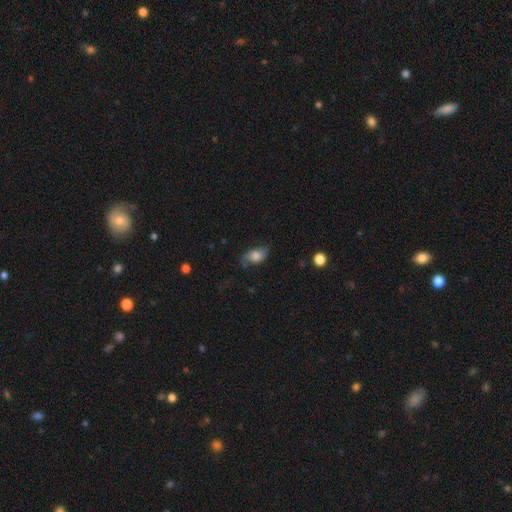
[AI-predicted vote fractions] smooth-or-featured: smooth: 52% | featured or disk: 39% | star or artifact: 9%
  how-rounded: in between: 85% | round: 12% | cigar-shaped: 3%
  merging: none: 61% | minor disturbance: 26% | major disturbance: 12% | merger: 2%